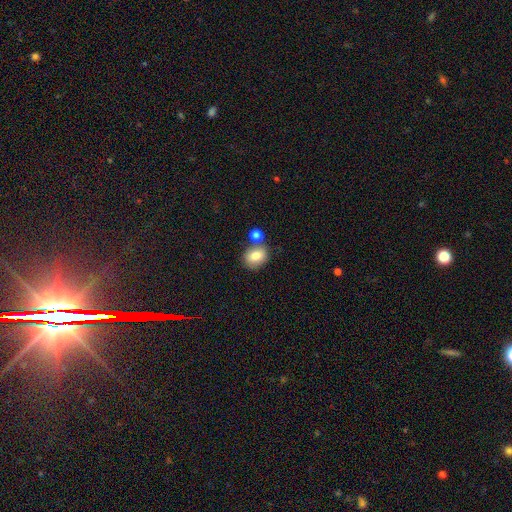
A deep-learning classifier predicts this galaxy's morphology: A smooth galaxy with no disk features (81%) that is round (50%).

Vote fractions:
- Smooth or featured? smooth: 81% / featured or disk: 10% / star or artifact: 9%
- How rounded? round: 50% / in between: 49% / cigar-shaped: 1%
- Merging? none: 63% / merger: 22% / minor disturbance: 12% / major disturbance: 3%